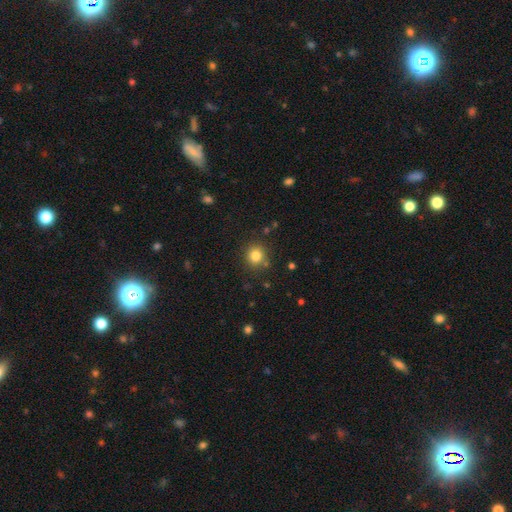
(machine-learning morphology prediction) smooth-or-featured: smooth: 81% | star or artifact: 13% | featured or disk: 6%
  how-rounded: round: 86% | in between: 13% | cigar-shaped: 1%
  merging: none: 85% | minor disturbance: 9% | merger: 3% | major disturbance: 3%